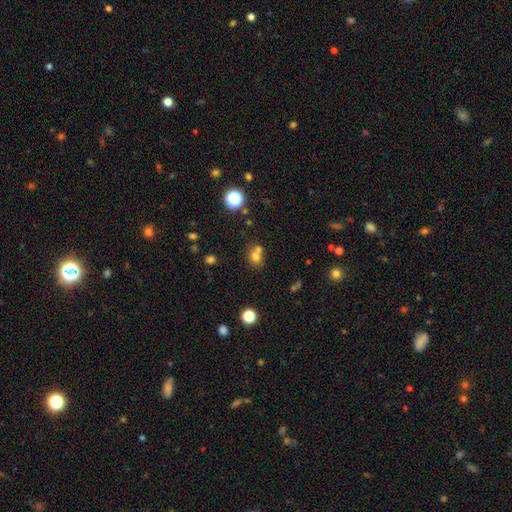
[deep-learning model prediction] Smooth or featured? smooth (71%)
How rounded? round (71%)
Merging? none (46%)